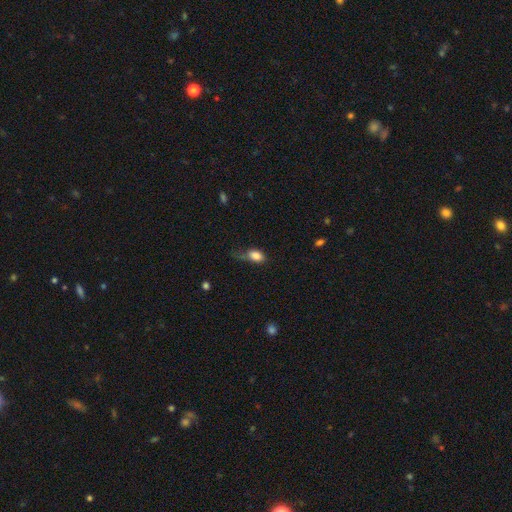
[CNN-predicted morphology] Smooth or featured? smooth (84%)
How rounded? in between (84%)
Merging? none (36%)